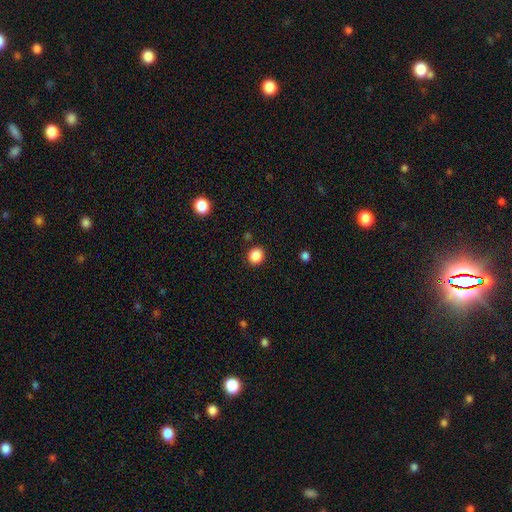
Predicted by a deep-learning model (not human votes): A smooth galaxy with no disk features (87%) that is round (78%). Merging: none (89%).